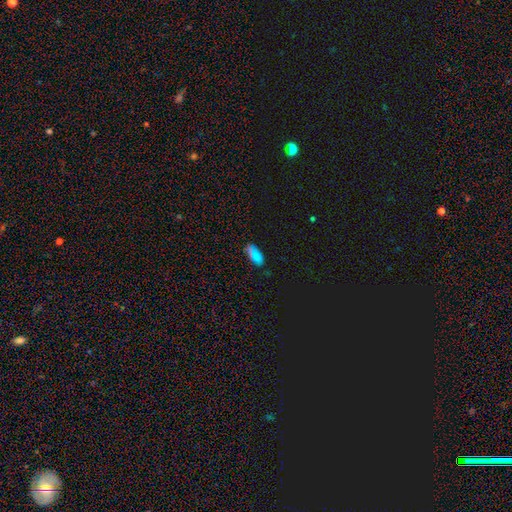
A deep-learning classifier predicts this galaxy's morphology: type=smooth (61%); roundness=in between (88%); merging=none (74%).